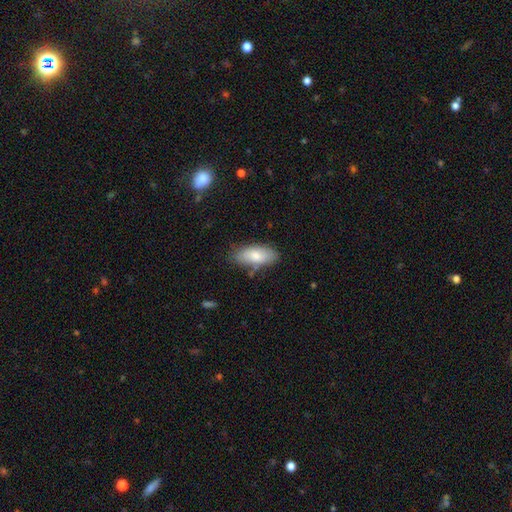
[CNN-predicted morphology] type=smooth (79%); roundness=in between (87%); merging=none (75%).